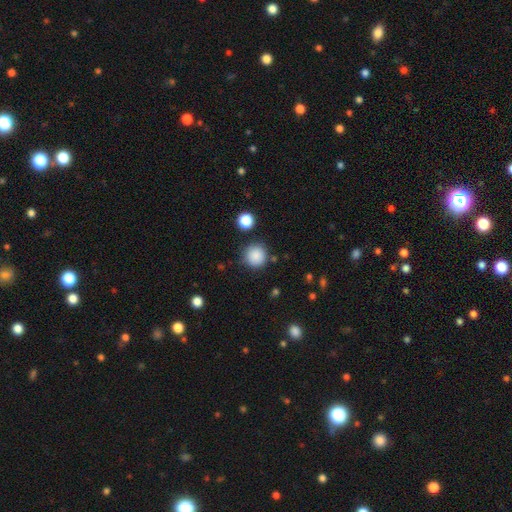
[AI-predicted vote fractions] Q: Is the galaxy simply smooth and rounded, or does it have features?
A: smooth — 86%.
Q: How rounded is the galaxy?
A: round — 94%.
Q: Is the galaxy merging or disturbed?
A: none — 84%.